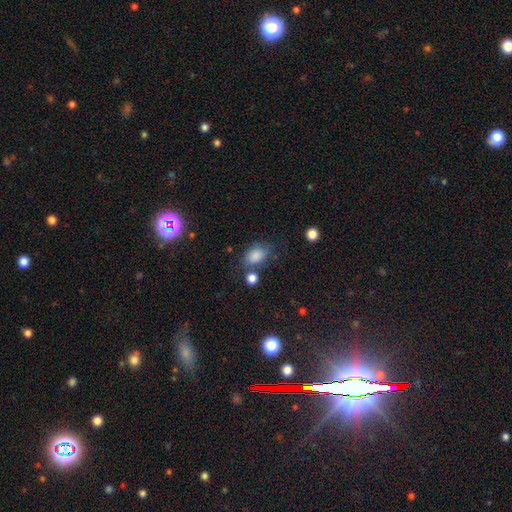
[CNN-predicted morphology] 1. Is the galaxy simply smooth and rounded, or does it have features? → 84% smooth, 10% star or artifact, 6% featured or disk.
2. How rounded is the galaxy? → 79% in between, 19% round, 2% cigar-shaped.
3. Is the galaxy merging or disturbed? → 59% none, 22% minor disturbance, 11% merger, 8% major disturbance.